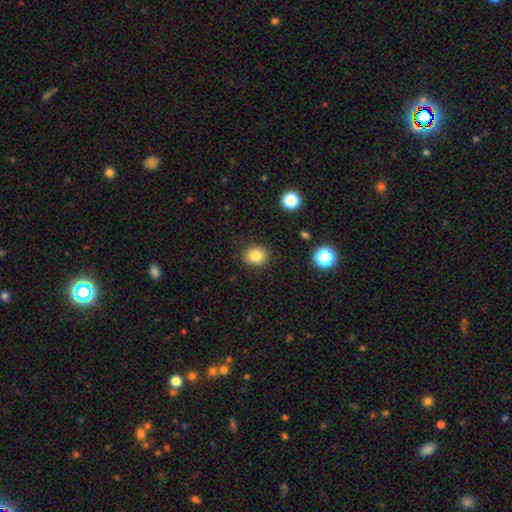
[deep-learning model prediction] The model was most divided on "how rounded": round: 59%, in between: 40%, cigar-shaped: 1%. More confident: merging — none (88%); smooth or featured — smooth (83%).